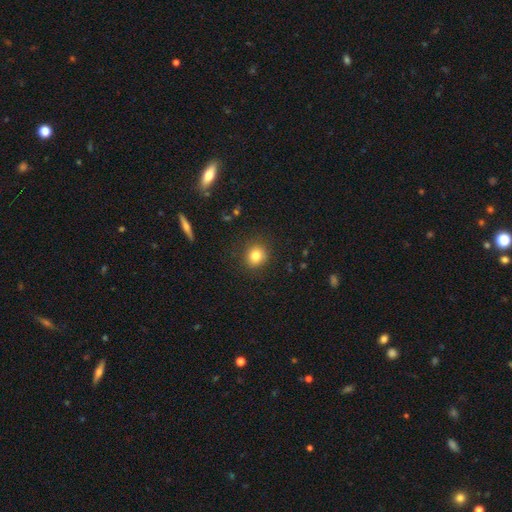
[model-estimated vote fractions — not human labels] The model was most divided on "smooth or featured": smooth: 80%, star or artifact: 11%, featured or disk: 8%. More confident: merging — none (88%); how rounded — round (85%).